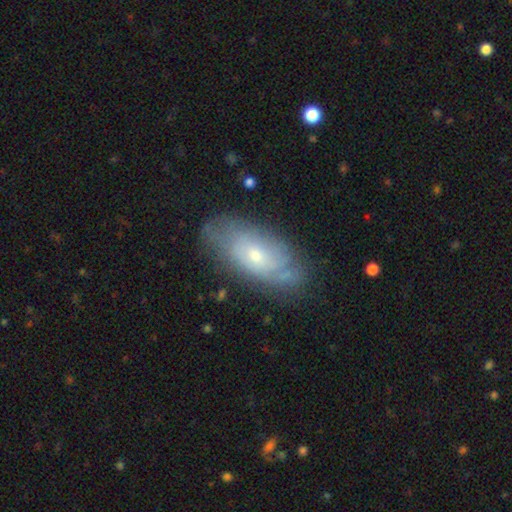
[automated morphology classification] smooth_or_featured: featured or disk (p=0.60) [alt: smooth p=0.33]
disk_edge_on: no (p=0.88) [alt: yes p=0.12]
bar: no (p=0.79) [alt: weak p=0.18]
has_spiral_arms: yes (p=0.73) [alt: no p=0.27]
bulge_size: small (p=0.59) [alt: moderate p=0.37]
merging: none (p=0.72) [alt: minor disturbance p=0.21]